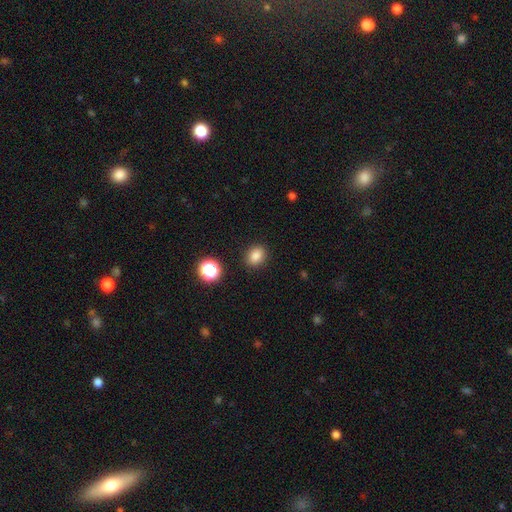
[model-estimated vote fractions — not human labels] This is clearly a smooth galaxy (83%). How rounded: possibly round (51%). Merging: clearly none (88%).